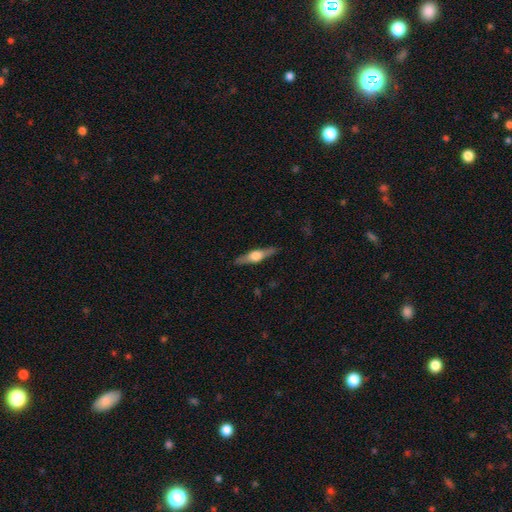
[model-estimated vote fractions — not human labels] This appears to be a featured or disk galaxy (63%) viewed edge-on (96%) with a rounded central bulge (93%). Merging: none (88%).